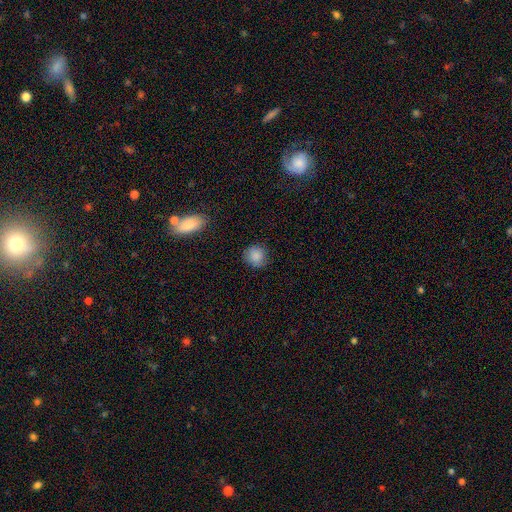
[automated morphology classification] smooth-or-featured: smooth: 87% | star or artifact: 9% | featured or disk: 4%
  how-rounded: round: 89% | in between: 9% | cigar-shaped: 1%
  merging: none: 85% | minor disturbance: 11% | major disturbance: 3% | merger: 1%